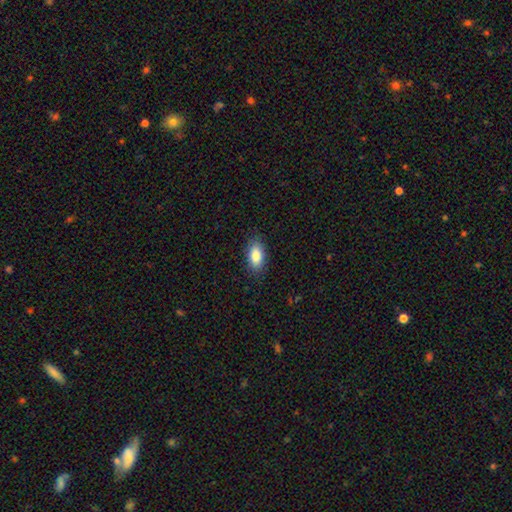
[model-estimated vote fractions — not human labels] Smooth or featured: smooth — 87% (star or artifact — 7%)
How rounded: in between — 91% (cigar-shaped — 5%)
Merging: none — 85% (minor disturbance — 11%)